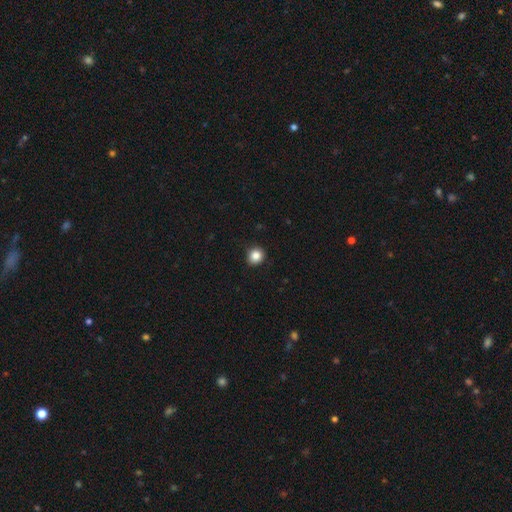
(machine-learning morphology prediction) smooth-or-featured: smooth: 86% | star or artifact: 10% | featured or disk: 3%
  how-rounded: round: 88% | in between: 11% | cigar-shaped: 1%
  merging: none: 90% | minor disturbance: 7% | major disturbance: 2% | merger: 1%